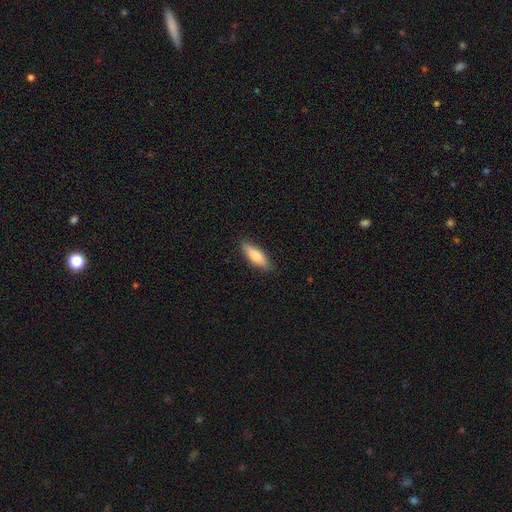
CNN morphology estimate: Smooth or featured: smooth — 80% (featured or disk — 15%)
How rounded: in between — 59% (cigar-shaped — 39%)
Merging: none — 85% (minor disturbance — 12%)